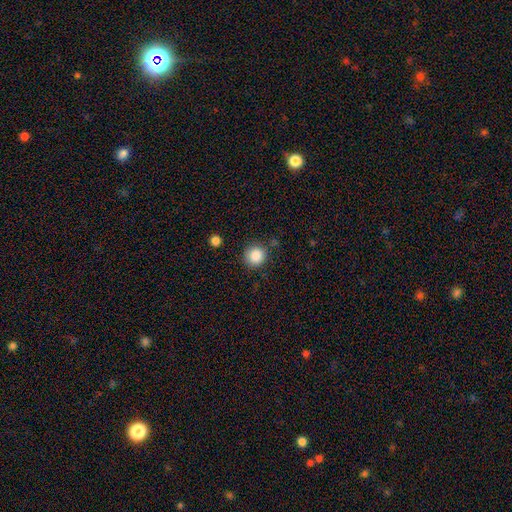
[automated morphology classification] Smooth or featured?
  - smooth: 86% *
  - star or artifact: 10%
  - featured or disk: 4%
How rounded?
  - round: 91% *
  - in between: 8%
  - cigar-shaped: 1%
Merging?
  - none: 84% *
  - minor disturbance: 10%
  - major disturbance: 3%
  - merger: 3%